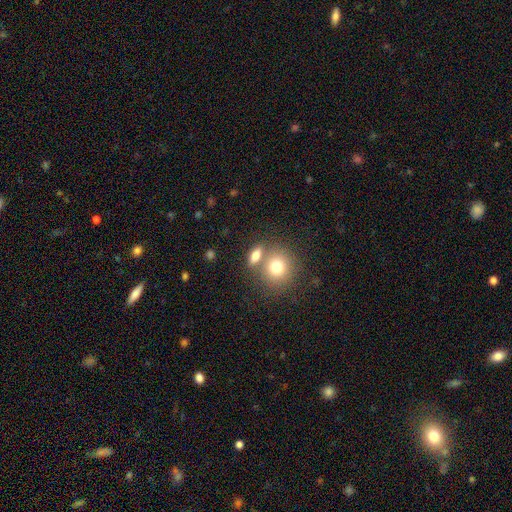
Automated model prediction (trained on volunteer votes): A smooth galaxy with no disk features (77%) that is in between round and cigar-shaped (59%).

Vote fractions:
- Smooth or featured? smooth: 77% / featured or disk: 13% / star or artifact: 9%
- How rounded? in between: 59% / round: 34% / cigar-shaped: 7%
- Merging? none: 54% / merger: 32% / minor disturbance: 10% / major disturbance: 4%